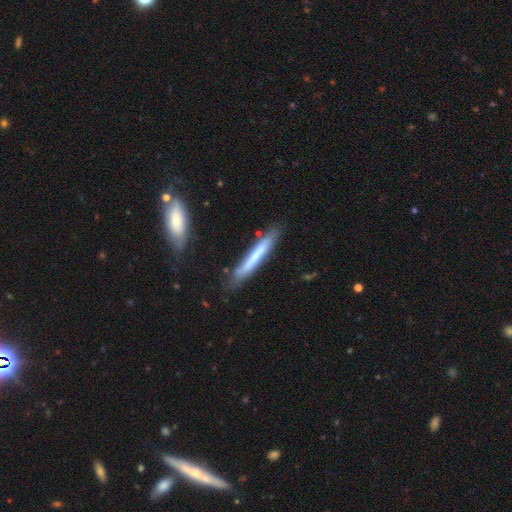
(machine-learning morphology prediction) This appears to be a smooth galaxy with no disk features (56%) that is cigar-shaped (94%). Merging: none (81%).